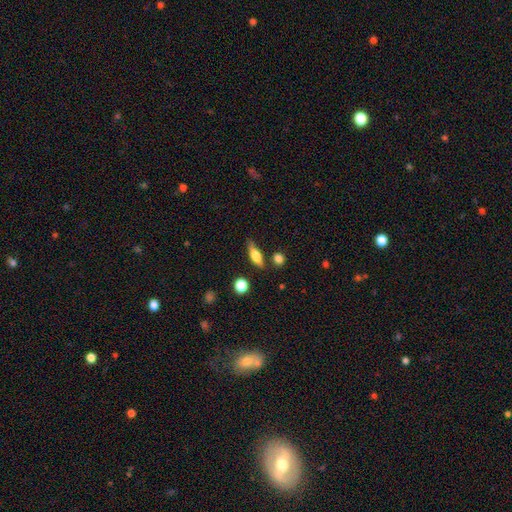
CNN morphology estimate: Smooth or featured? smooth (55%)
How rounded? cigar-shaped (48%)
Merging? none (75%)